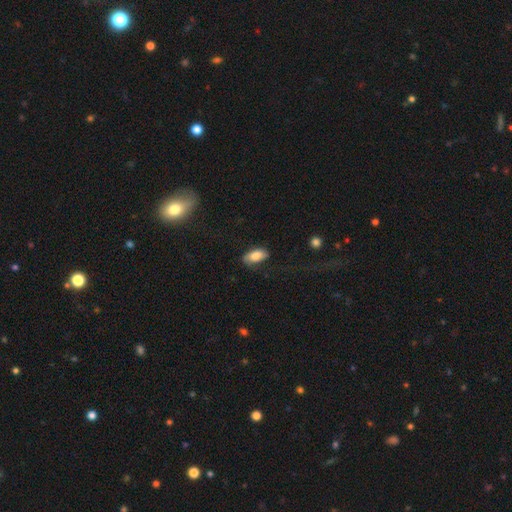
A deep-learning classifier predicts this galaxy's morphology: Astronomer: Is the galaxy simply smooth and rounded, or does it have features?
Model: smooth — 81%.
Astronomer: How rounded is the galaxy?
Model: in between — 91%.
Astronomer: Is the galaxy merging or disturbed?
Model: none — 72%.